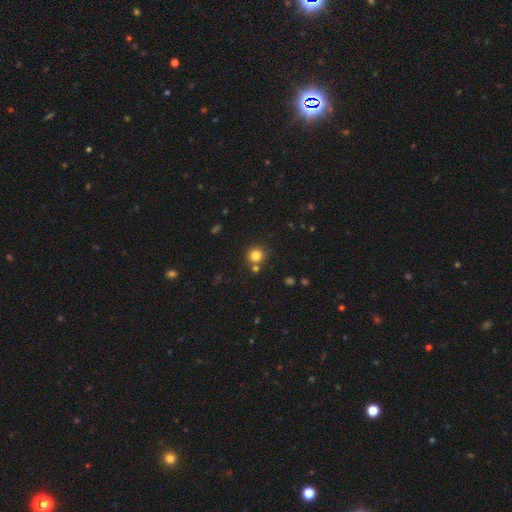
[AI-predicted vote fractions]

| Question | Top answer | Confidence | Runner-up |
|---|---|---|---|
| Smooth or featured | smooth | 81% | star or artifact (13%) |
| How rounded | round | 91% | in between (8%) |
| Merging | none | 76% | merger (14%) |